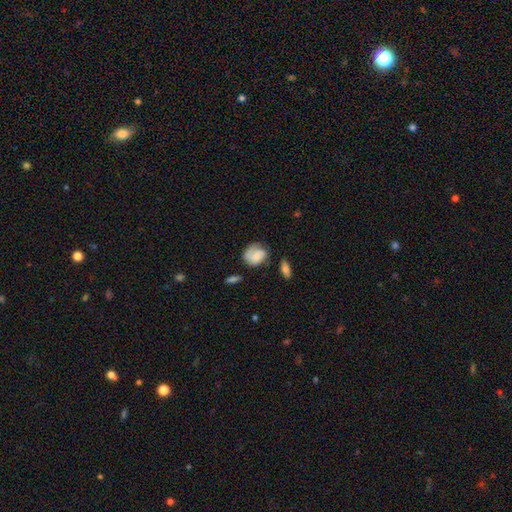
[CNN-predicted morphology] Overall: smooth (65%; featured or disk 28%). How rounded: round (54%; in between 45%). Merging: none (52%; minor disturbance 30%).